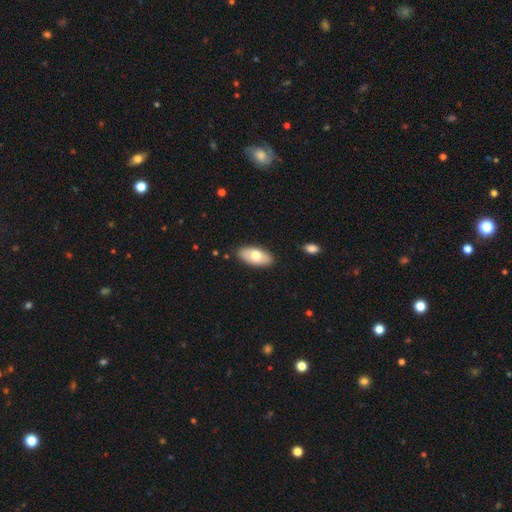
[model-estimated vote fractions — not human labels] Smooth or featured? smooth (69%)
How rounded? in between (92%)
Merging? none (86%)